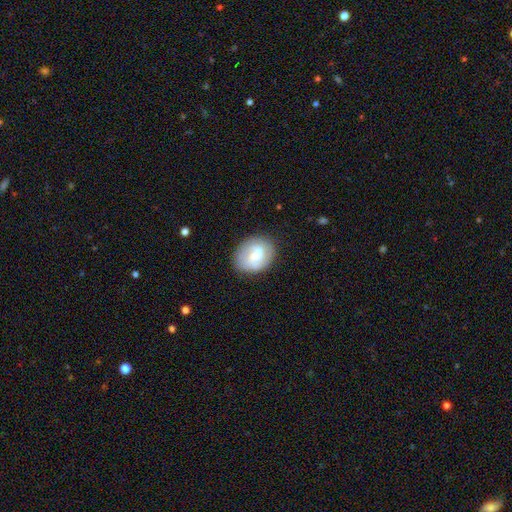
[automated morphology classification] The model was most divided on "bulge size": small: 45%, moderate: 36%, none: 12%, large: 5%, dominant: 1%. More confident: edge-on disk — no (98%); spiral arms — yes (79%); merging — none (71%); smooth or featured — featured or disk (57%); bar — weak (53%).